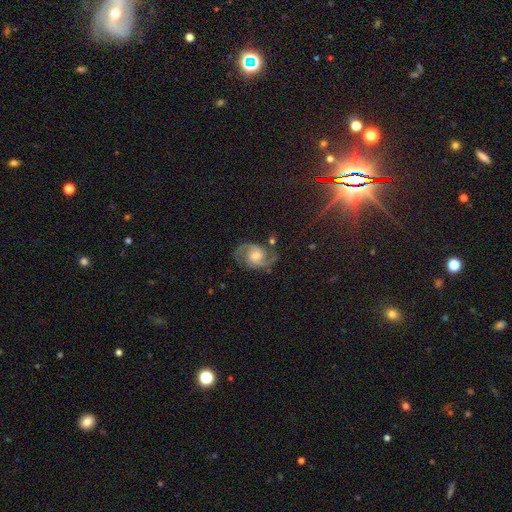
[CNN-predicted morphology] A featured or disk galaxy (85%) with no bar (58%), 2 (92%) medium (58%) spiral arms (97%) and a moderate central bulge (55%).

Vote fractions:
- Smooth or featured? featured or disk: 85% / star or artifact: 8% / smooth: 7%
- Edge-on disk? no: 98% / yes: 2%
- Bar? no: 58% / weak: 35% / strong: 7%
- Spiral arms? yes: 97% / no: 3%
- Spiral winding? medium: 58% / tight: 23% / loose: 19%
- Spiral arm count? 2: 92% / can't tell: 3% / 3: 2% / 1: 1% / 4: 1% / more than 4: 1%
- Bulge size? moderate: 55% / small: 30% / large: 10% / none: 4% / dominant: 2%
- Merging? none: 77% / minor disturbance: 15% / major disturbance: 6% / merger: 2%